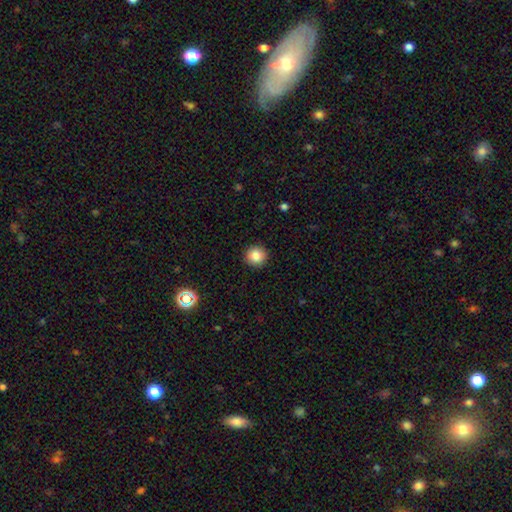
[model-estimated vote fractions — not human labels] A smooth galaxy with no disk features (85%) that is round (94%). Merging: none (92%).